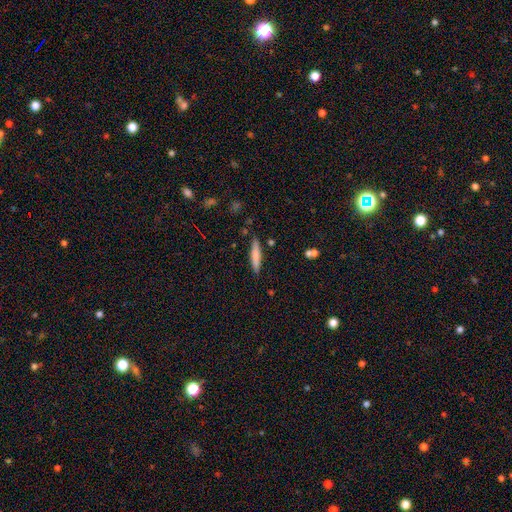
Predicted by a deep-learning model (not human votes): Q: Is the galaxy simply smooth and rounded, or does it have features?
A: smooth — 76%.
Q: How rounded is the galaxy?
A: cigar-shaped — 86%.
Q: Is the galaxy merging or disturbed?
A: none — 85%.